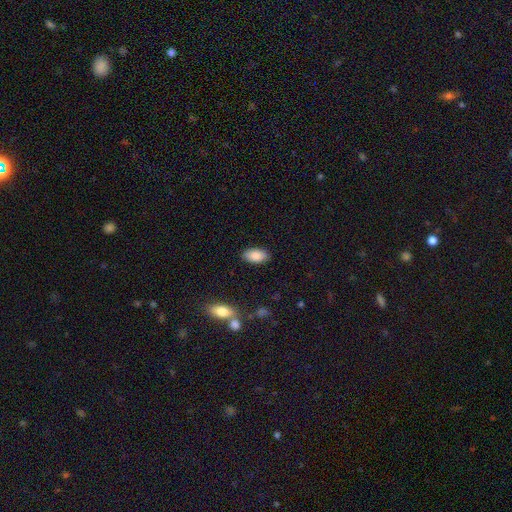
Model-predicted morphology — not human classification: smooth-or-featured: smooth: 87% | star or artifact: 7% | featured or disk: 6%
  how-rounded: in between: 94% | round: 3% | cigar-shaped: 3%
  merging: none: 87% | minor disturbance: 9% | major disturbance: 2% | merger: 2%